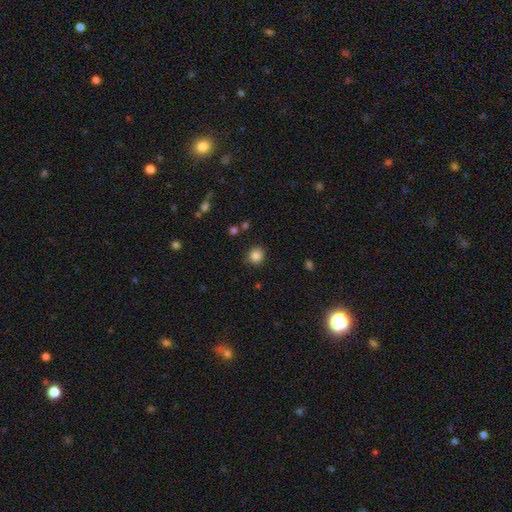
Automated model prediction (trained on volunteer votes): Q: Smooth or featured?
A: smooth (84%); runner-up: star or artifact (11%)
Q: How rounded?
A: round (84%); runner-up: in between (15%)
Q: Merging?
A: none (86%); runner-up: minor disturbance (9%)